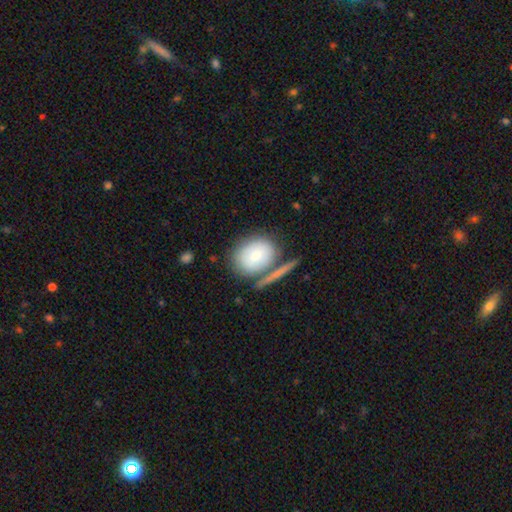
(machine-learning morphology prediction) The model was most divided on "how rounded": round: 60%, in between: 38%, cigar-shaped: 2%. More confident: smooth or featured — smooth (75%); merging — none (59%).